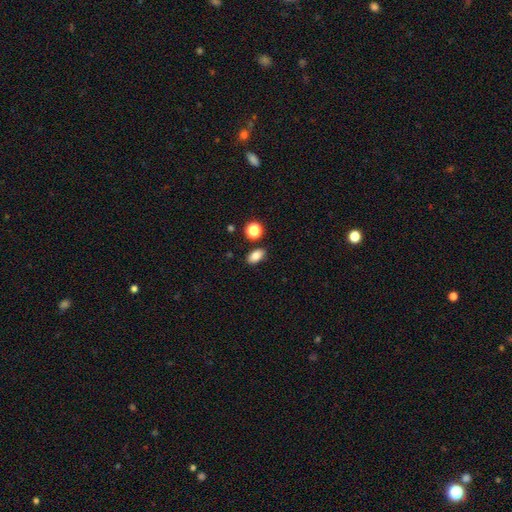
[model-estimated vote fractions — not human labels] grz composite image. It shows a smooth galaxy with no disk features (83%) that is in between round and cigar-shaped (86%). Merging: none (84%).